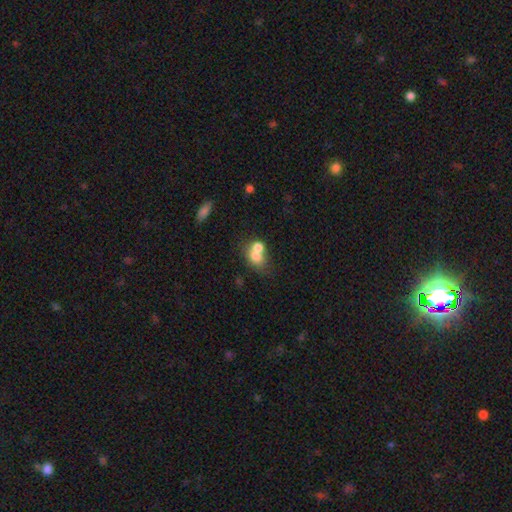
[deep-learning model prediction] Smooth or featured: smooth — 68% (featured or disk — 21%)
How rounded: in between — 51% (round — 48%)
Merging: merger — 61% (none — 25%)